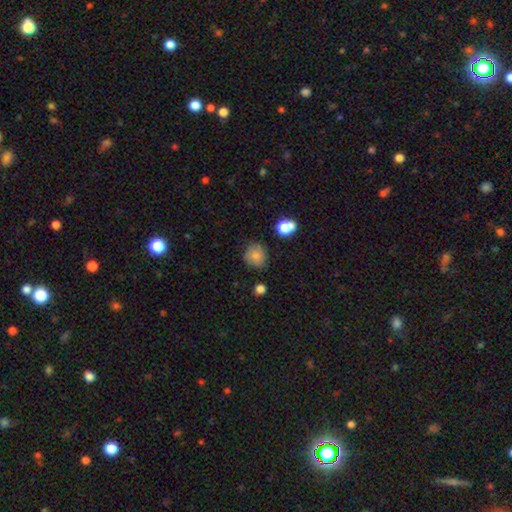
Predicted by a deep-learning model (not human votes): smooth 78%, star or artifact 11%, featured or disk 10%. Down the decision tree: how rounded — round (85%); merging — none (79%).